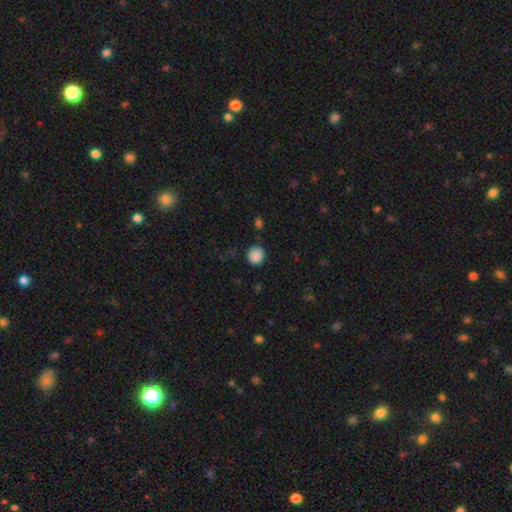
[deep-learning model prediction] This appears to be a smooth galaxy with no disk features (87%) that is round (88%). Merging: none (84%).